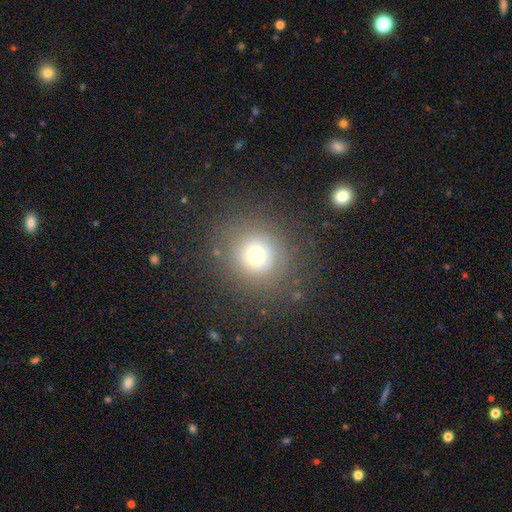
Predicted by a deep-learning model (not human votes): A smooth galaxy with no disk features (65%) that is round (91%).

Vote fractions:
- Smooth or featured? smooth: 65% / featured or disk: 18% / star or artifact: 17%
- How rounded? round: 91% / in between: 8% / cigar-shaped: 1%
- Merging? none: 81% / minor disturbance: 11% / major disturbance: 7% / merger: 2%